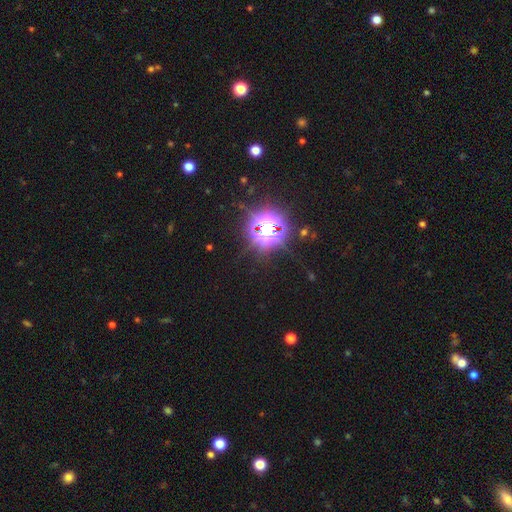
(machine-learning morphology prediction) Q: Smooth or featured?
A: star or artifact (82%); runner-up: smooth (12%)